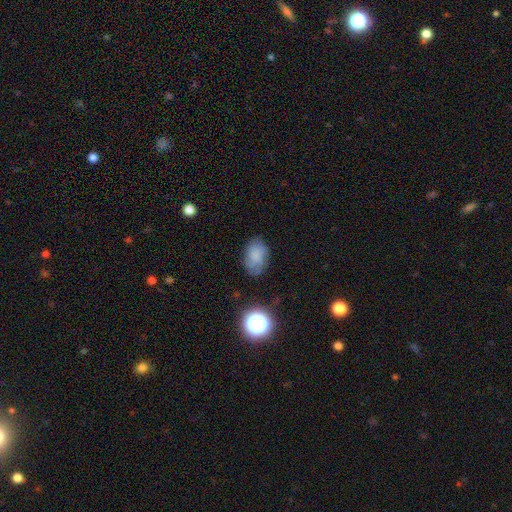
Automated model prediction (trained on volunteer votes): This appears to be a smooth galaxy with no disk features (74%) that is in between round and cigar-shaped (85%). Merging: none (68%).